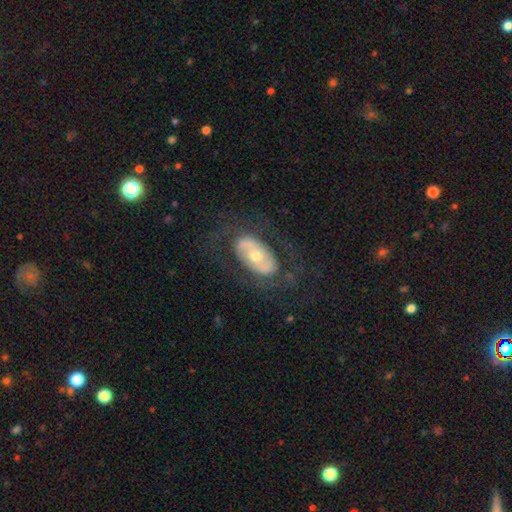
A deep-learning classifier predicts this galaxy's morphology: smooth-or-featured: featured or disk: 65% | smooth: 28% | star or artifact: 6%
  disk-edge-on: no: 92% | yes: 8%
    bar: no: 67% | weak: 20% | strong: 13%
    has-spiral-arms: no: 52% | yes: 48%
    bulge-size: moderate: 62% | small: 29% | large: 7% | dominant: 1% | none: 1%
  merging: none: 70% | major disturbance: 14% | minor disturbance: 14% | merger: 1%